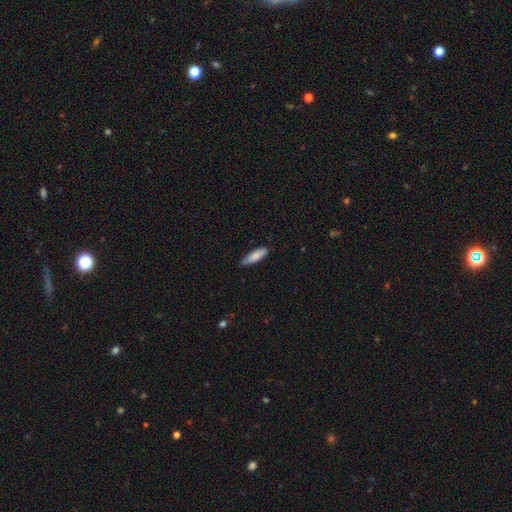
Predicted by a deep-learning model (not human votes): Smooth or featured? Predicted: smooth (p=0.82). How rounded? Predicted: cigar-shaped (p=0.55). Merging? Predicted: none (p=0.78).